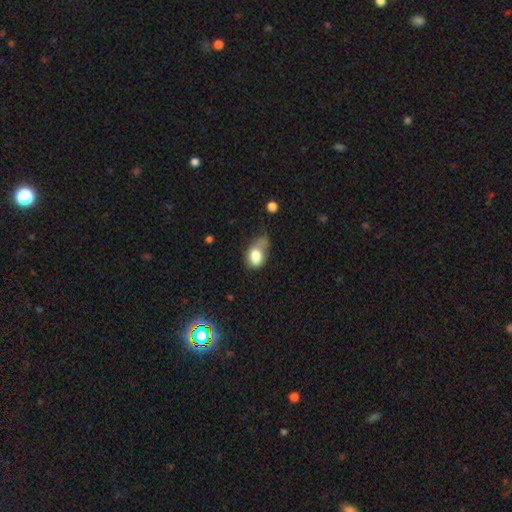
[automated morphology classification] Overall: smooth (78%). How rounded: in between (78%). Merging: minor disturbance (35%; major disturbance 31%).